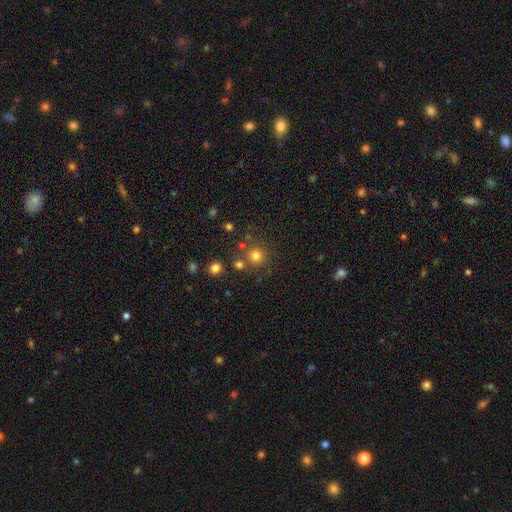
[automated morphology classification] Smooth or featured? smooth (76%)
How rounded? round (93%)
Merging? none (76%)